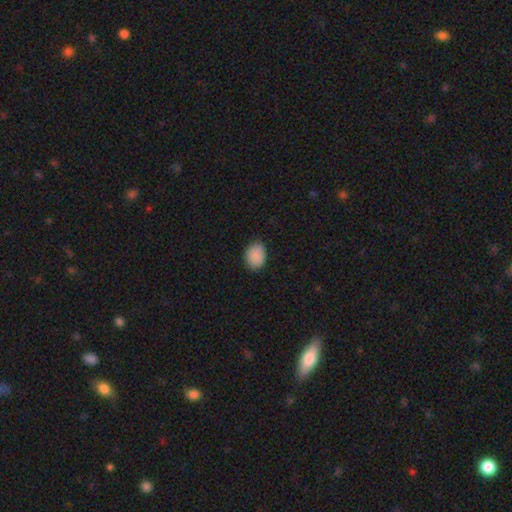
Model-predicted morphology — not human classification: A smooth galaxy with no disk features (89%) that is in between round and cigar-shaped (61%). Merging: none (84%).